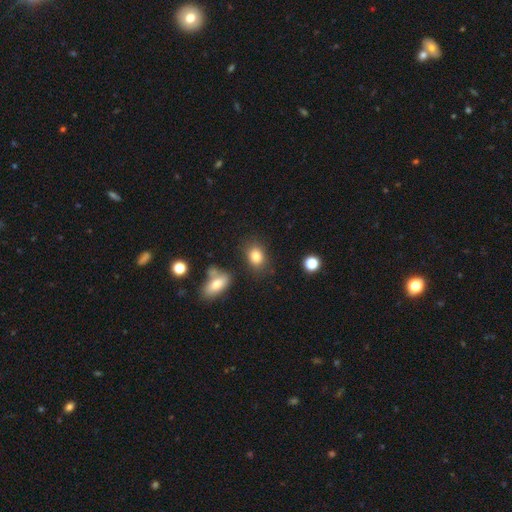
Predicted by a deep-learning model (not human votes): A smooth galaxy with no disk features (82%) that is in between round and cigar-shaped (64%). Merging: none (77%).